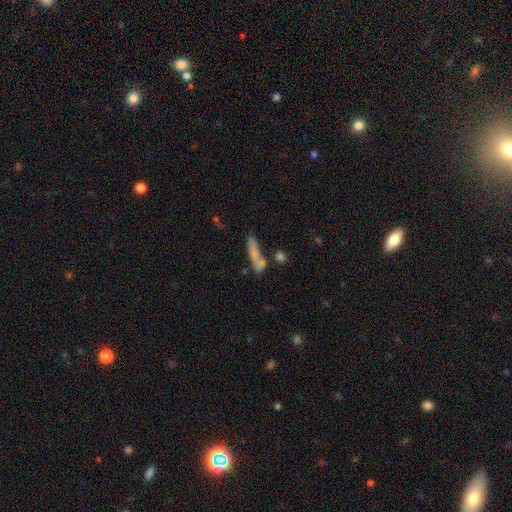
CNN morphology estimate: smooth-or-featured: smooth: 64% | featured or disk: 26% | star or artifact: 9%
  how-rounded: cigar-shaped: 84% | in between: 13% | round: 3%
  merging: none: 65% | minor disturbance: 16% | merger: 13% | major disturbance: 5%